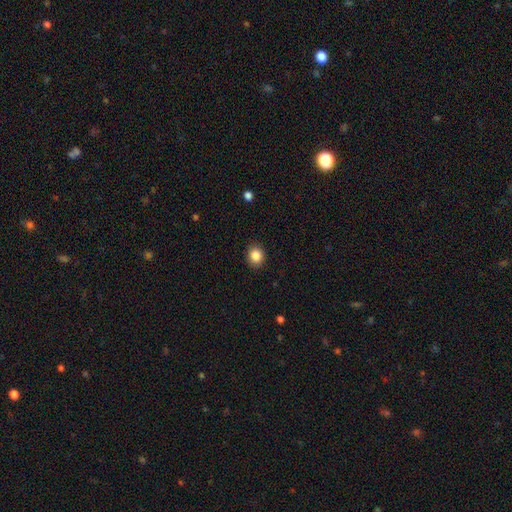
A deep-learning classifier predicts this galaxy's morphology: Smooth or featured?
  - smooth: 86% *
  - star or artifact: 10%
  - featured or disk: 4%
How rounded?
  - round: 67% *
  - in between: 32%
  - cigar-shaped: 1%
Merging?
  - none: 89% *
  - minor disturbance: 8%
  - major disturbance: 2%
  - merger: 1%